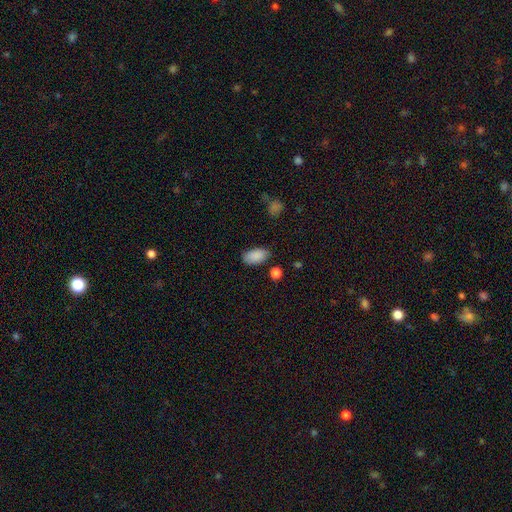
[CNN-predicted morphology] Q: Smooth or featured?
A: smooth (89%); runner-up: star or artifact (7%)
Q: How rounded?
A: in between (94%); runner-up: round (4%)
Q: Merging?
A: none (82%); runner-up: minor disturbance (12%)